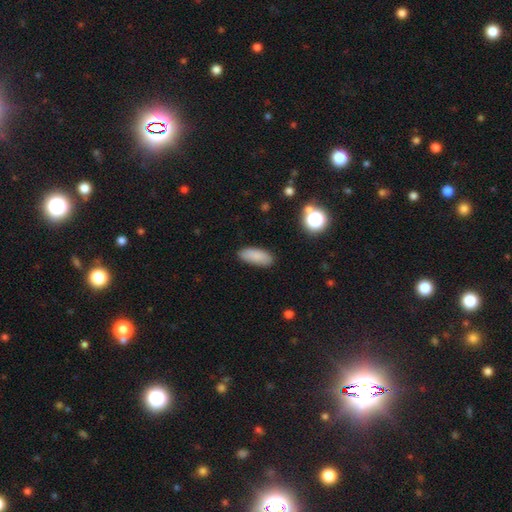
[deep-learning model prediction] A smooth galaxy with no disk features (86%) that is in between round and cigar-shaped (77%).

Vote fractions:
- Smooth or featured? smooth: 86% / star or artifact: 8% / featured or disk: 5%
- How rounded? in between: 77% / cigar-shaped: 21% / round: 2%
- Merging? none: 87% / minor disturbance: 10% / major disturbance: 2% / merger: 1%